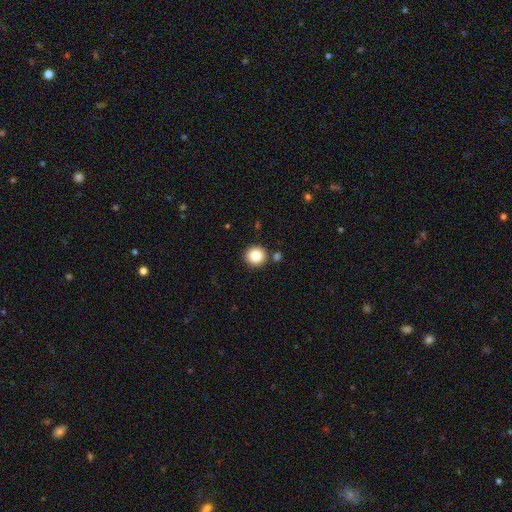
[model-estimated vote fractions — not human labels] smooth_or_featured: smooth (p=0.84) [alt: star or artifact p=0.10]
how_rounded: round (p=0.93) [alt: in between p=0.06]
merging: none (p=0.86) [alt: minor disturbance p=0.06]